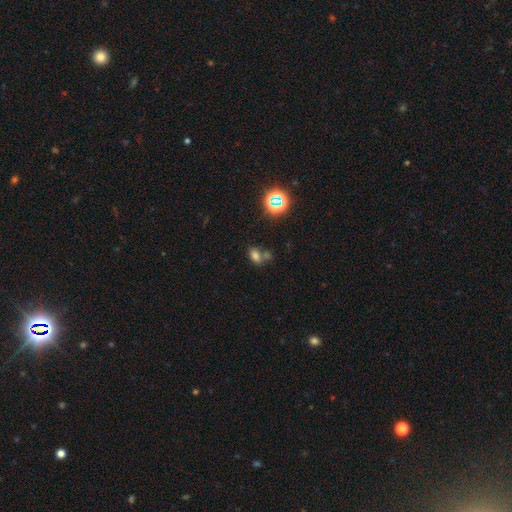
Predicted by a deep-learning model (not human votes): smooth_or_featured: smooth (p=0.69) [alt: star or artifact p=0.22]
how_rounded: in between (p=0.77) [alt: round p=0.21]
merging: none (p=0.47) [alt: merger p=0.35]